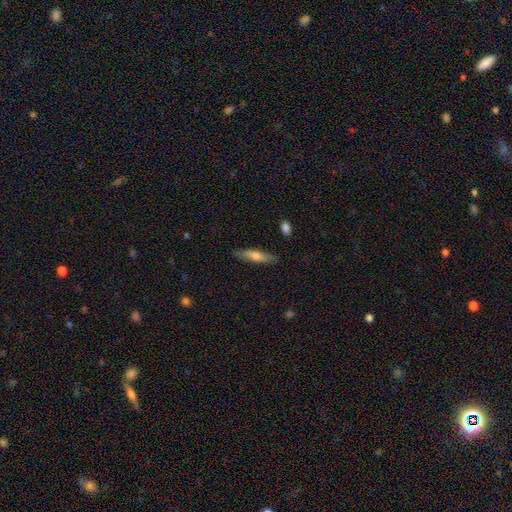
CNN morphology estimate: The model was most divided on "smooth or featured": smooth: 56%, featured or disk: 38%, star or artifact: 7%. More confident: merging — none (86%); how rounded — cigar-shaped (78%).